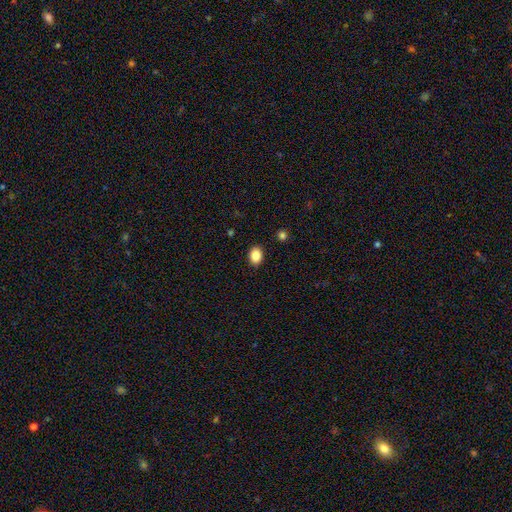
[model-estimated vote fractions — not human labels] smooth-or-featured: smooth: 88% | star or artifact: 9% | featured or disk: 3%
  how-rounded: in between: 69% | round: 30% | cigar-shaped: 1%
  merging: none: 89% | minor disturbance: 8% | major disturbance: 2% | merger: 1%